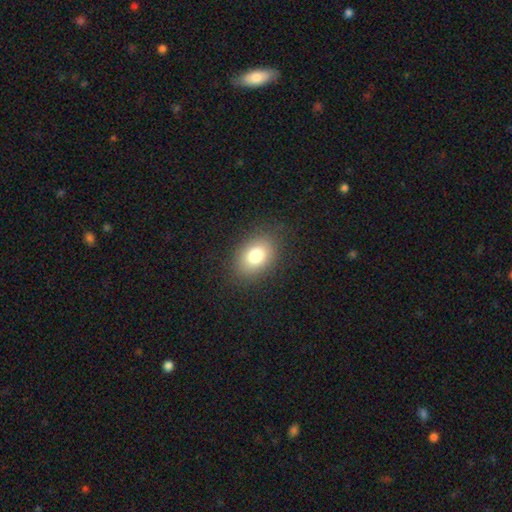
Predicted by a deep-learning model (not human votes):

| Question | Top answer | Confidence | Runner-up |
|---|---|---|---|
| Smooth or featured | smooth | 79% | star or artifact (11%) |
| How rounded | in between | 74% | round (25%) |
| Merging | none | 85% | minor disturbance (10%) |